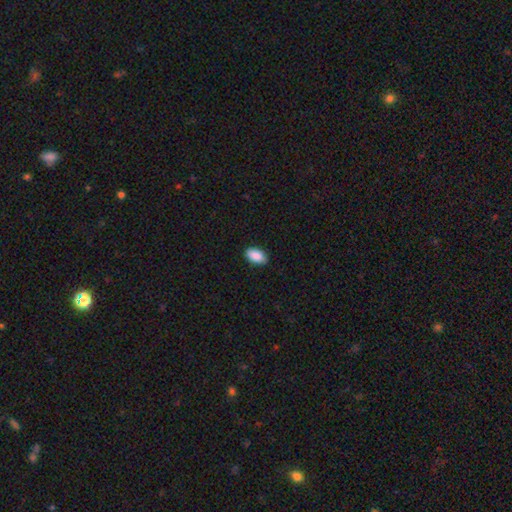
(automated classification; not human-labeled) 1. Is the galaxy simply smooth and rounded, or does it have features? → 89% smooth, 7% star or artifact, 5% featured or disk.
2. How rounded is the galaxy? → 93% in between, 4% round, 2% cigar-shaped.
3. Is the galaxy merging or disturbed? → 88% none, 9% minor disturbance, 2% major disturbance, 1% merger.